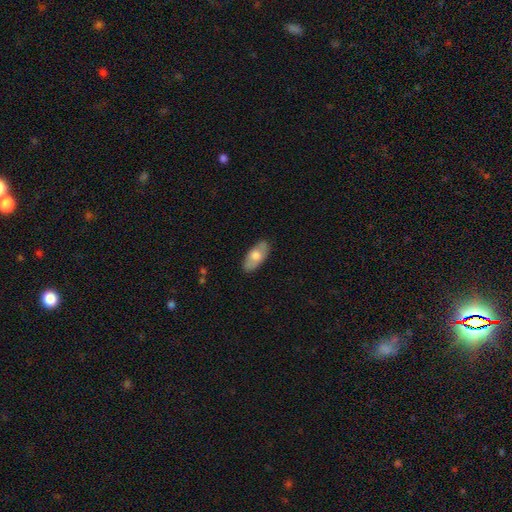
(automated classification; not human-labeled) smooth-or-featured: smooth: 65% | featured or disk: 29% | star or artifact: 6%
  how-rounded: in between: 88% | cigar-shaped: 9% | round: 3%
  merging: none: 83% | minor disturbance: 13% | major disturbance: 2% | merger: 1%